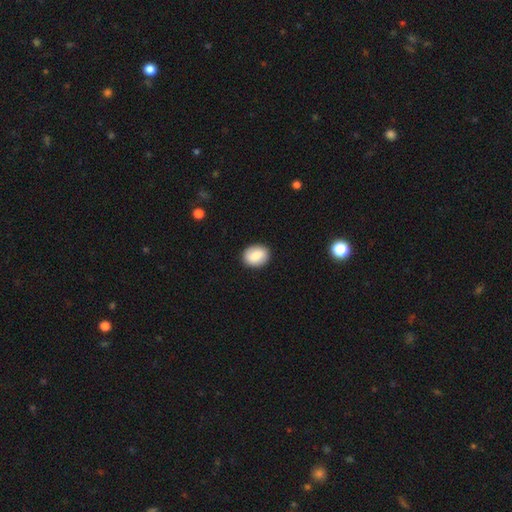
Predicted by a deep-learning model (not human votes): A smooth galaxy with no disk features (81%) that is round (53%). Merging: none (90%).